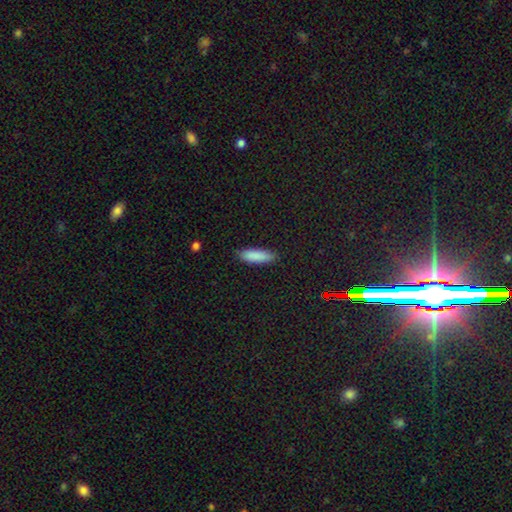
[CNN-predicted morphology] A smooth galaxy with no disk features (88%) that is in between round and cigar-shaped (52%).

Vote fractions:
- Smooth or featured? smooth: 88% / star or artifact: 7% / featured or disk: 5%
- How rounded? in between: 52% / cigar-shaped: 46% / round: 2%
- Merging? none: 86% / minor disturbance: 10% / major disturbance: 2% / merger: 1%